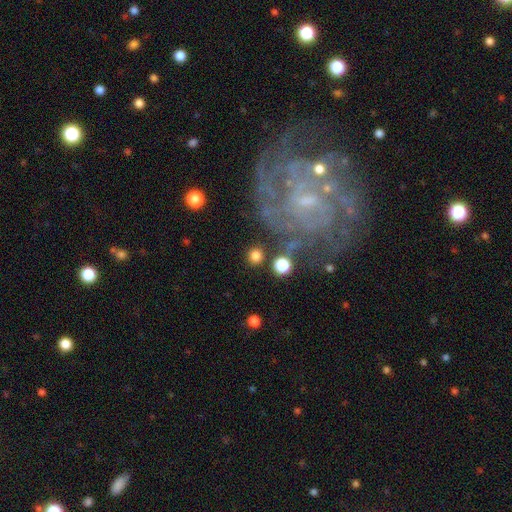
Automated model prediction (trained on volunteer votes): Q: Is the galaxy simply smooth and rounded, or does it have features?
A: smooth — 80%.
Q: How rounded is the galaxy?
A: round — 92%.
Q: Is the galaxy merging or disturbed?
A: none — 86%.